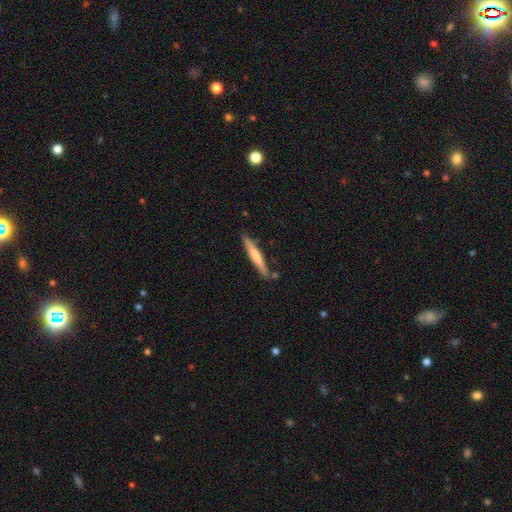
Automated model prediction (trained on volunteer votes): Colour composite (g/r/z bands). It shows a smooth galaxy with no disk features (51%) that is cigar-shaped (94%). Merging: none (82%).